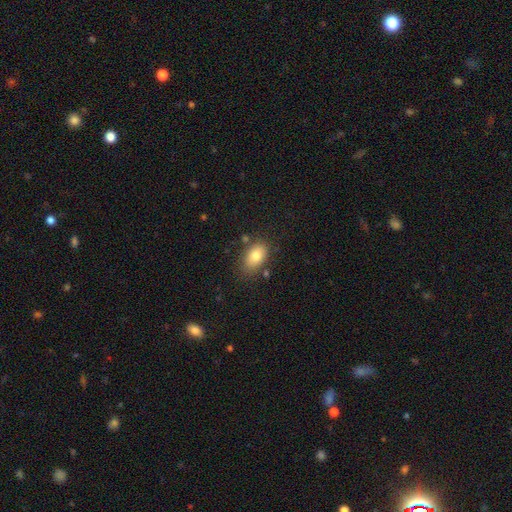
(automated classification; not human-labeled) Smooth or featured? smooth (80%)
How rounded? in between (88%)
Merging? none (74%)